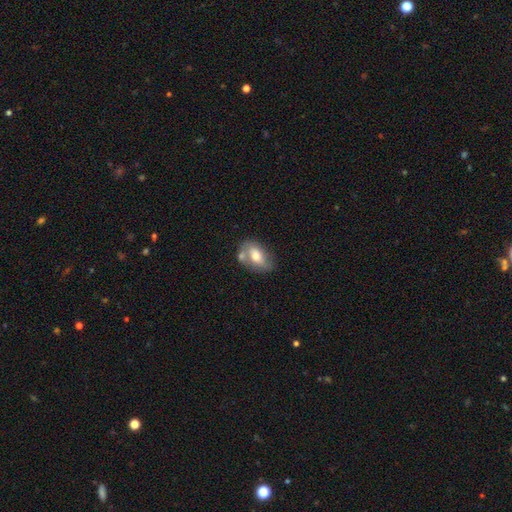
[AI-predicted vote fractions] A smooth galaxy with no disk features (62%) that is in between round and cigar-shaped (88%). Merging: none (47%).